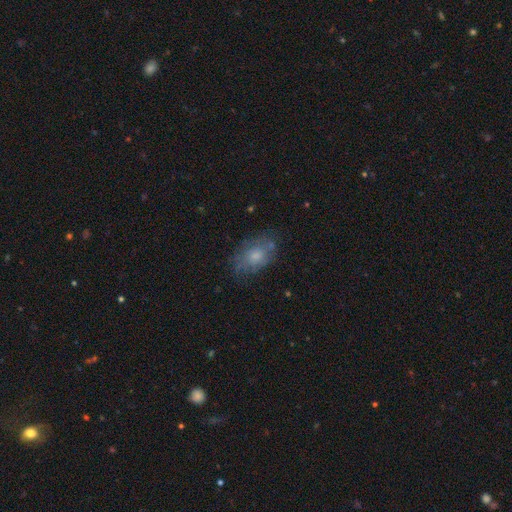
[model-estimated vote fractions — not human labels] The model was most divided on "smooth or featured": smooth: 61%, featured or disk: 30%, star or artifact: 9%. More confident: how rounded — in between (86%); merging — none (65%).